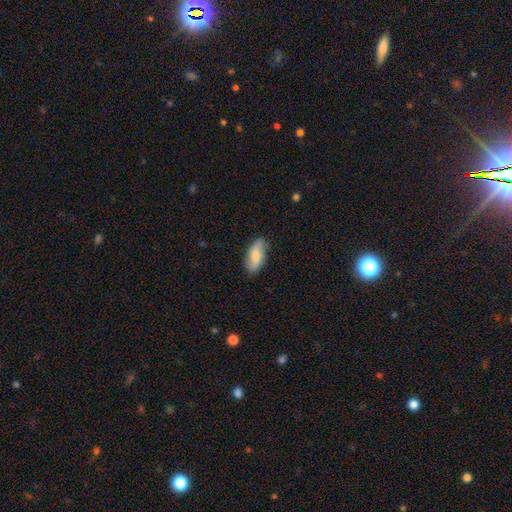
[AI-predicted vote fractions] Overall: smooth (68%). How rounded: in between (85%). Merging: none (82%).